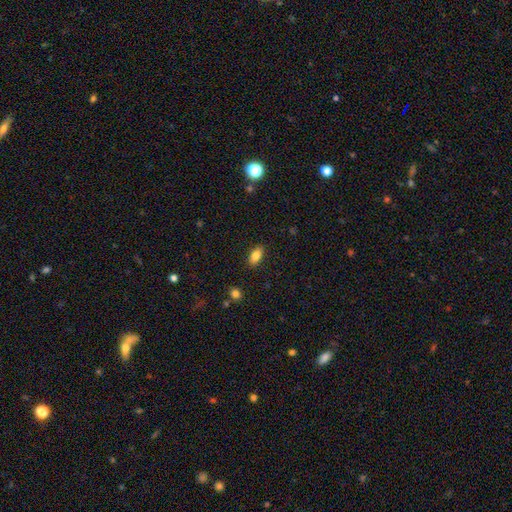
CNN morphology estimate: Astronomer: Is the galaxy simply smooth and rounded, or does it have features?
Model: smooth — 82%.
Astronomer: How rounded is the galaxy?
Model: in between — 88%.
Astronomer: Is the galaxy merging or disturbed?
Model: none — 88%.